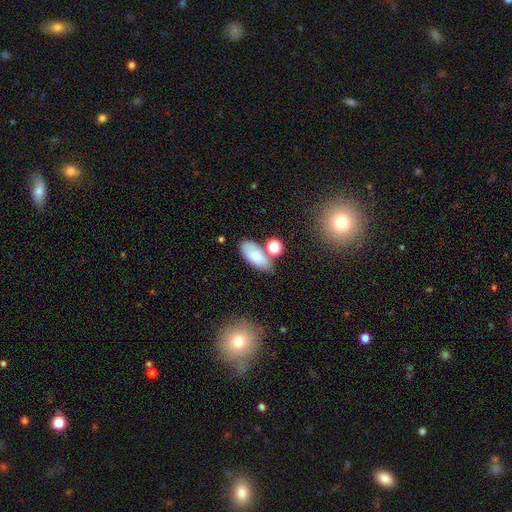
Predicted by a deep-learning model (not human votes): Smooth or featured? Predicted: smooth (p=0.77). How rounded? Predicted: in between (p=0.89). Merging? Predicted: none (p=0.63).